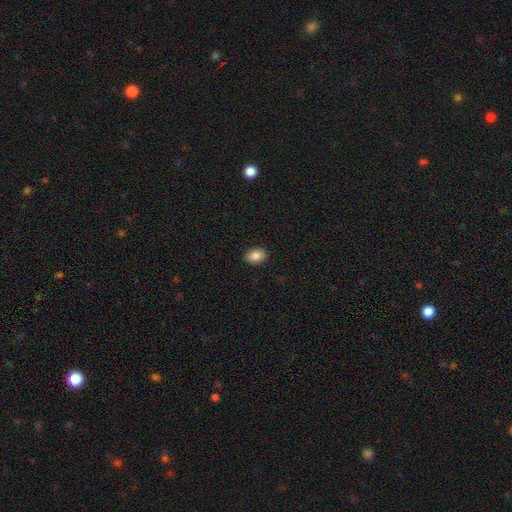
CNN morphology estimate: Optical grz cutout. It shows a smooth galaxy with no disk features (84%) that is in between round and cigar-shaped (74%). Merging: none (90%).